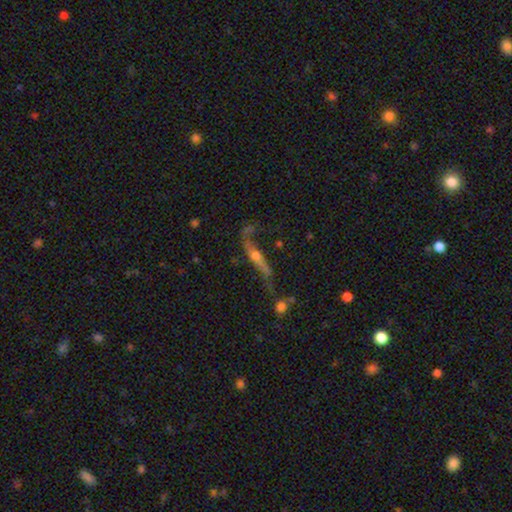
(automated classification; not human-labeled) This appears to be a featured or disk galaxy (69%) viewed edge-on (68%). Merging: none (44%).